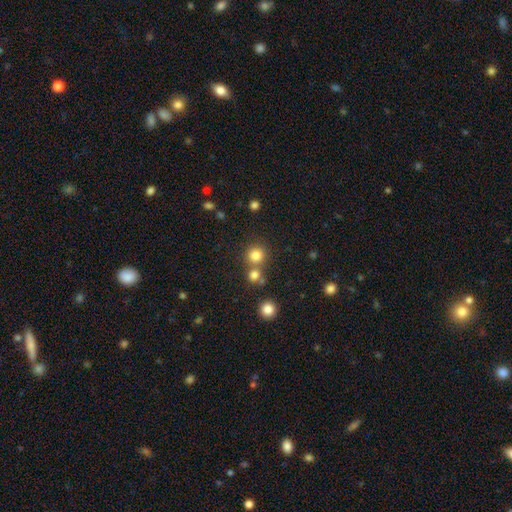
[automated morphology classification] smooth 80%, star or artifact 14%, featured or disk 6%. Down the decision tree: how rounded — round (91%); merging — none (66%).